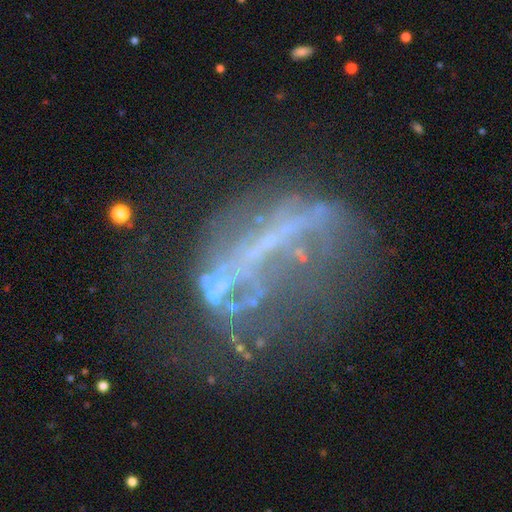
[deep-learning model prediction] Morphology: type=featured or disk (60%); edge-on=no (84%); bar=no (62%); spiral arms=no (80%); bulge=none (77%); merging=major disturbance (42%).